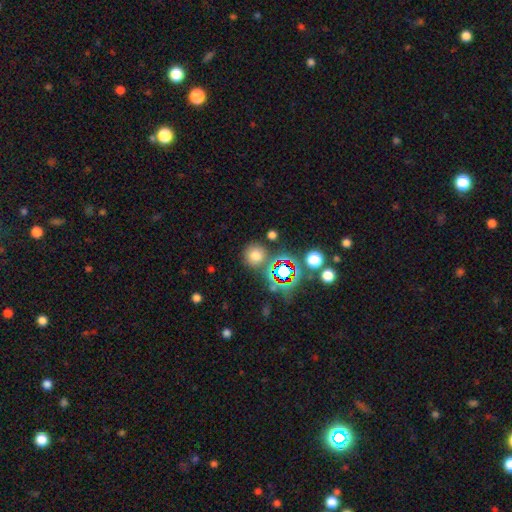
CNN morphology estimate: A smooth galaxy with no disk features (68%) that is round (91%). Merging: none (78%).